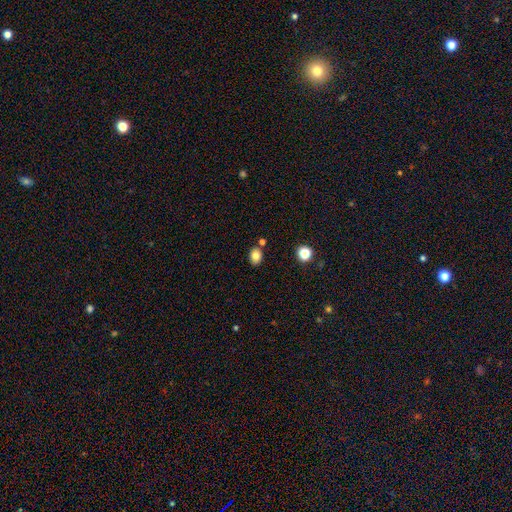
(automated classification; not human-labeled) Smooth or featured?
  - smooth: 81% *
  - star or artifact: 11%
  - featured or disk: 8%
How rounded?
  - in between: 65% *
  - round: 34%
  - cigar-shaped: 1%
Merging?
  - none: 80% *
  - minor disturbance: 10%
  - merger: 7%
  - major disturbance: 2%